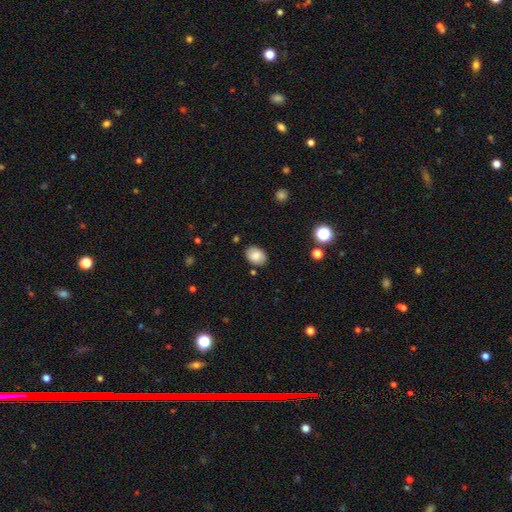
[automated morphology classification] type=smooth (84%); roundness=in between (69%); merging=none (85%).